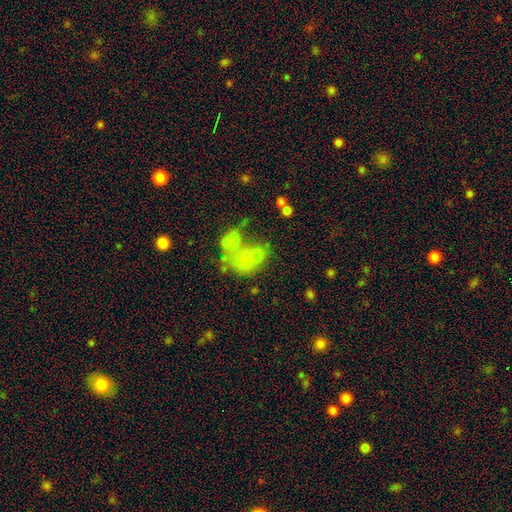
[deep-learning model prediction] A smooth galaxy with no disk features (51%) that is in between round and cigar-shaped (62%). Merging: merger (45%).